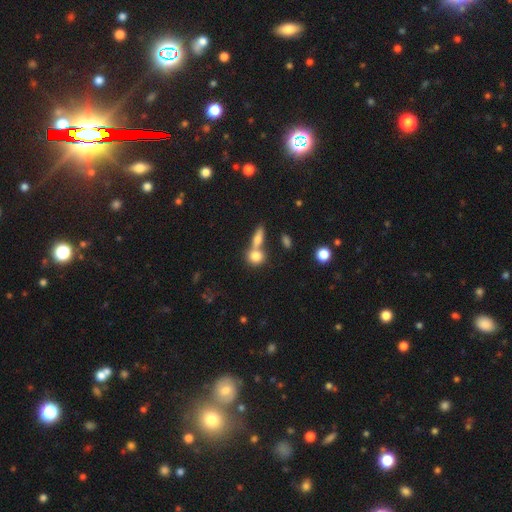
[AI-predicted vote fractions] A smooth galaxy with no disk features (79%) that is round (63%).

Vote fractions:
- Smooth or featured? smooth: 79% / featured or disk: 12% / star or artifact: 9%
- How rounded? round: 63% / in between: 32% / cigar-shaped: 6%
- Merging? merger: 48% / none: 40% / minor disturbance: 8% / major disturbance: 4%